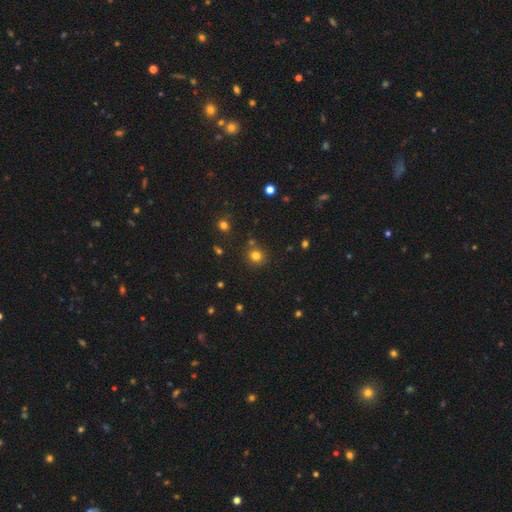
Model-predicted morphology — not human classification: Smooth or featured? Predicted: smooth (p=0.78). How rounded? Predicted: round (p=0.90). Merging? Predicted: none (p=0.81).